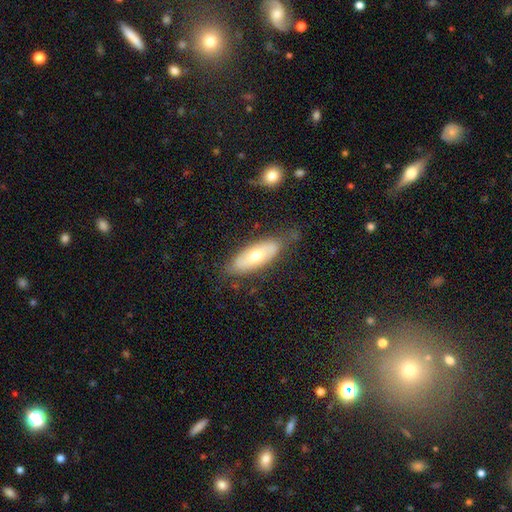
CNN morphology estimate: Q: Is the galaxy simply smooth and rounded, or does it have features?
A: smooth — 53%.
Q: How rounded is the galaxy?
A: in between — 71%.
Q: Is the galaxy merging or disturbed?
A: none — 69%.